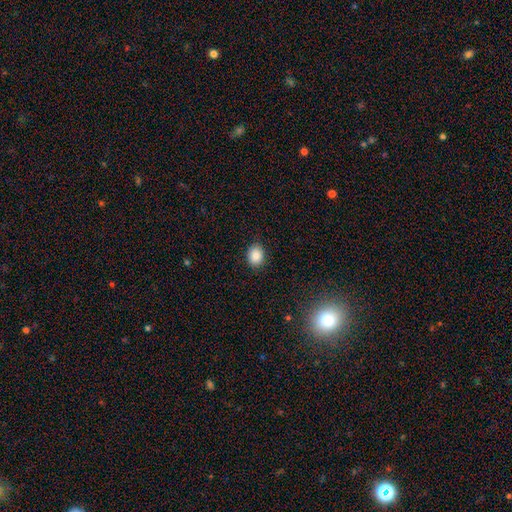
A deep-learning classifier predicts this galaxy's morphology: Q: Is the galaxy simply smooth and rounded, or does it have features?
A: smooth — 88%.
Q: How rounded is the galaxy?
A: round — 50%.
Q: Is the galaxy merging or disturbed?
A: none — 88%.